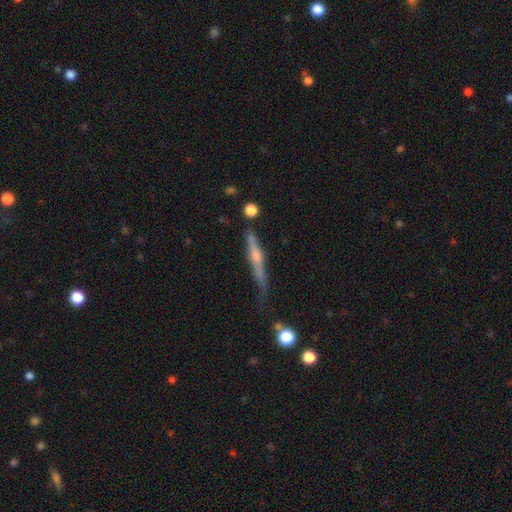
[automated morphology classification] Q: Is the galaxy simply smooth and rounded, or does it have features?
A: featured or disk — 64%.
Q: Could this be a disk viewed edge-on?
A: yes — 89%.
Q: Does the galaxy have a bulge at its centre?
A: rounded — 73%.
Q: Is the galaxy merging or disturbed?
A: none — 59%.